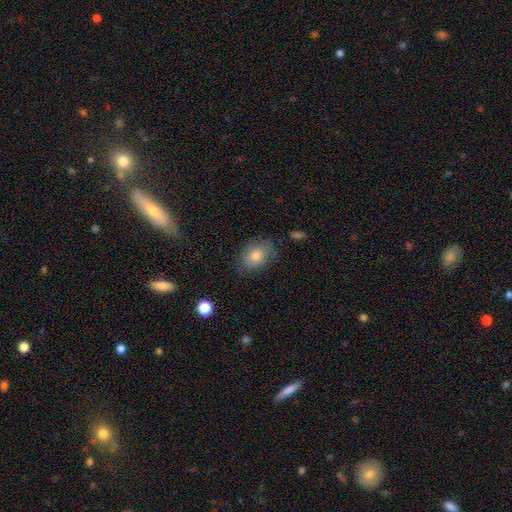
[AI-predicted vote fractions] smooth 73%, featured or disk 17%, star or artifact 10%. Down the decision tree: how rounded — in between (69%); merging — none (71%).